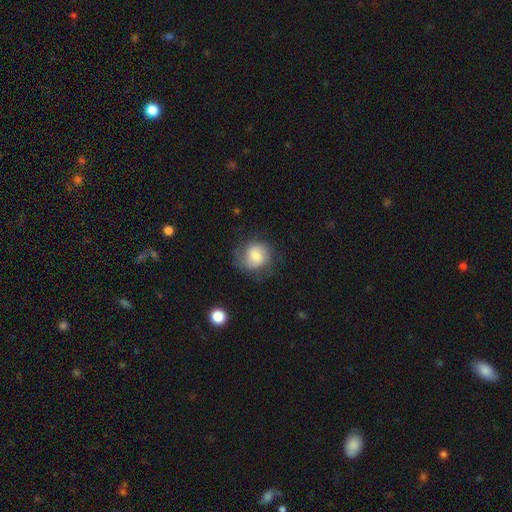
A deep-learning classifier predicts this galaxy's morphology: A smooth galaxy with no disk features (67%) that is round (77%).

Vote fractions:
- Smooth or featured? smooth: 67% / featured or disk: 25% / star or artifact: 8%
- How rounded? round: 77% / in between: 22% / cigar-shaped: 1%
- Merging? none: 60% / minor disturbance: 24% / major disturbance: 14% / merger: 2%